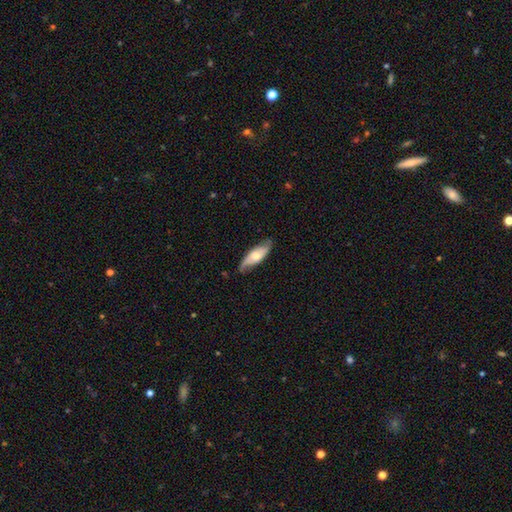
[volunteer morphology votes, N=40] This appears to be a smooth galaxy with no disk features (48%) that is in between round and cigar-shaped (58%). Merging: none (67%).